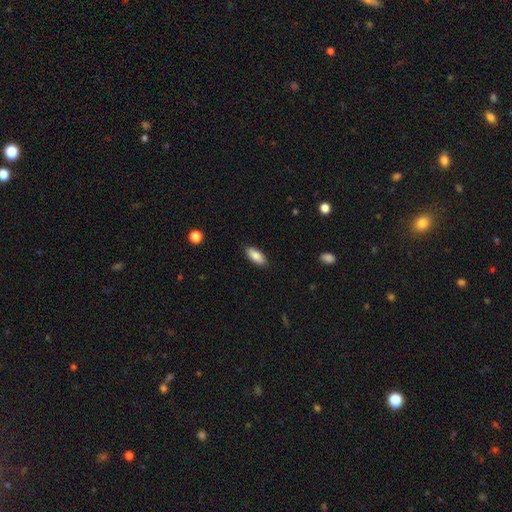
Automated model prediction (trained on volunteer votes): smooth_or_featured: smooth (p=0.86) [alt: featured or disk p=0.08]
how_rounded: in between (p=0.82) [alt: cigar-shaped p=0.16]
merging: none (p=0.87) [alt: minor disturbance p=0.10]